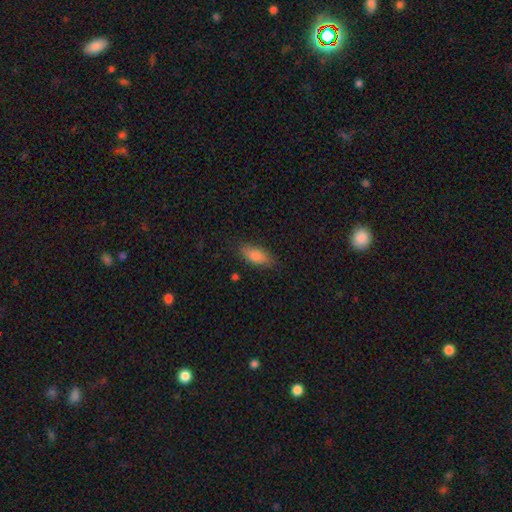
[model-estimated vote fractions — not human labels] smooth-or-featured: smooth: 81% | featured or disk: 11% | star or artifact: 8%
  how-rounded: in between: 82% | cigar-shaped: 15% | round: 3%
  merging: none: 83% | minor disturbance: 13% | major disturbance: 3% | merger: 1%